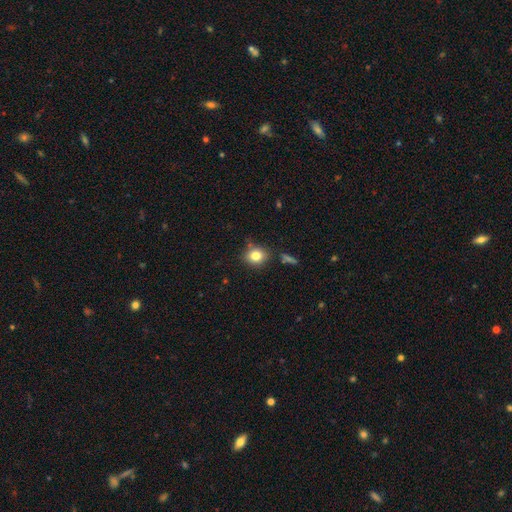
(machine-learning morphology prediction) A smooth galaxy with no disk features (81%) that is round (68%).

Vote fractions:
- Smooth or featured? smooth: 81% / star or artifact: 11% / featured or disk: 9%
- How rounded? round: 68% / in between: 31% / cigar-shaped: 1%
- Merging? none: 77% / minor disturbance: 14% / merger: 5% / major disturbance: 4%